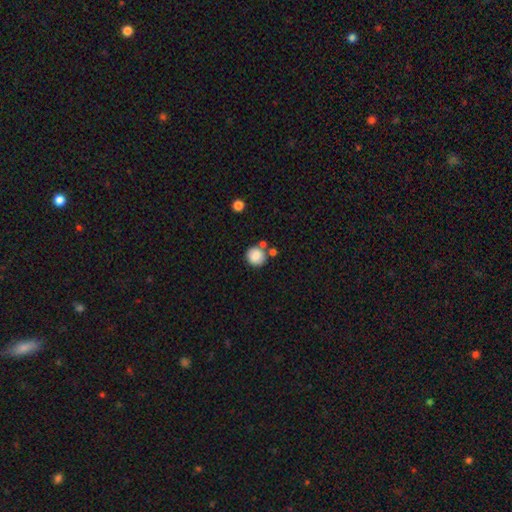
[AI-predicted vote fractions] Smooth or featured? Predicted: smooth (p=0.84). How rounded? Predicted: round (p=0.89). Merging? Predicted: none (p=0.70).